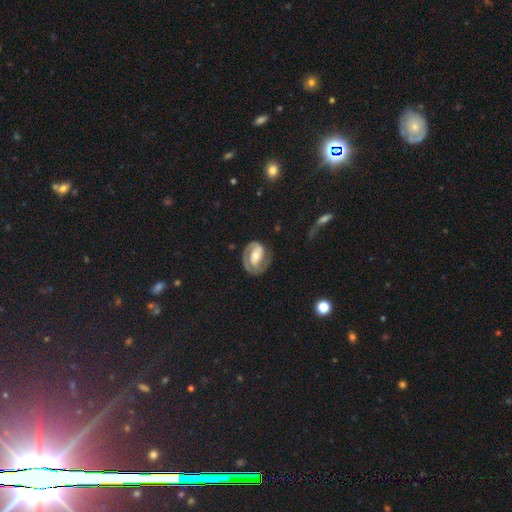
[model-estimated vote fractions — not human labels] The model was most divided on "bar": weak: 39%, no: 33%, strong: 28%. More confident: edge-on disk — no (97%); spiral arms — yes (93%); smooth or featured — featured or disk (83%); spiral arm count — 2 (69%); merging — none (67%); bulge size — moderate (57%); spiral winding — tight (55%).